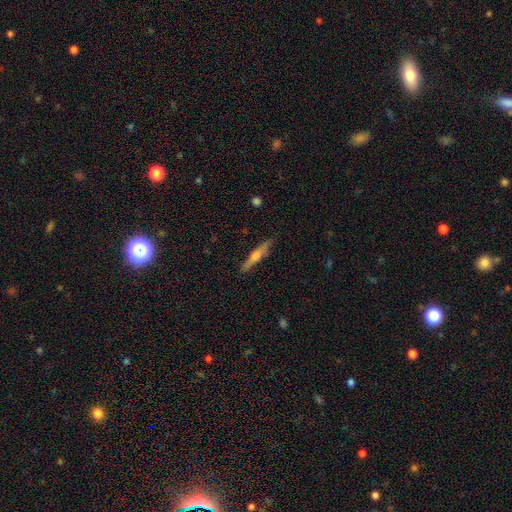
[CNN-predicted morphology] type=featured or disk (55%); edge-on=yes (95%); edge-on bulge=rounded (74%); merging=none (84%).